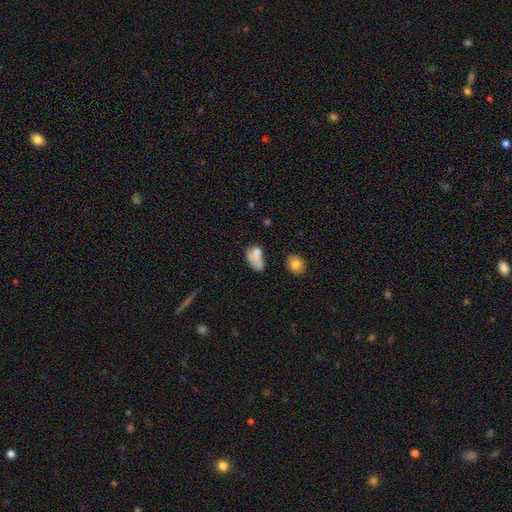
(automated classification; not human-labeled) Smooth or featured?
  - smooth: 68% *
  - featured or disk: 20%
  - star or artifact: 12%
How rounded?
  - in between: 84% *
  - round: 13%
  - cigar-shaped: 3%
Merging?
  - none: 28% *
  - minor disturbance: 26%
  - major disturbance: 26%
  - merger: 21%